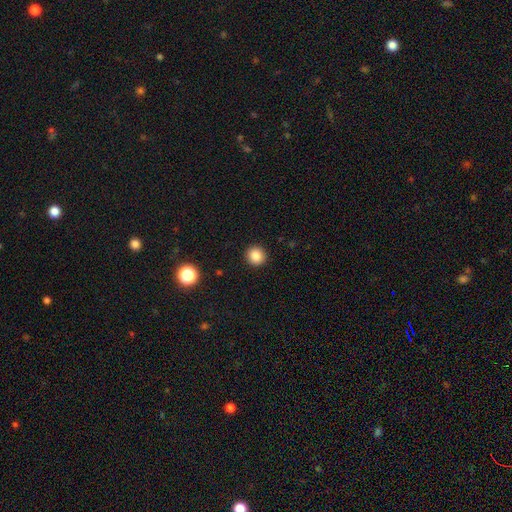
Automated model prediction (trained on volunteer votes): Smooth or featured?
  - smooth: 85% *
  - star or artifact: 11%
  - featured or disk: 4%
How rounded?
  - round: 92% *
  - in between: 7%
  - cigar-shaped: 1%
Merging?
  - none: 92% *
  - minor disturbance: 5%
  - major disturbance: 2%
  - merger: 1%